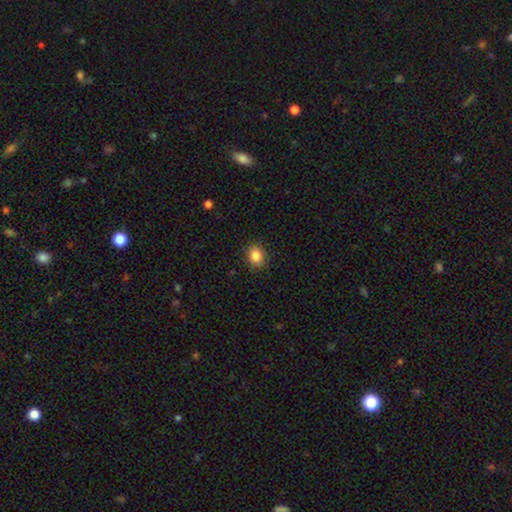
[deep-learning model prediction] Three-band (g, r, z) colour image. It shows a smooth galaxy with no disk features (86%) that is round (50%). Merging: none (87%).